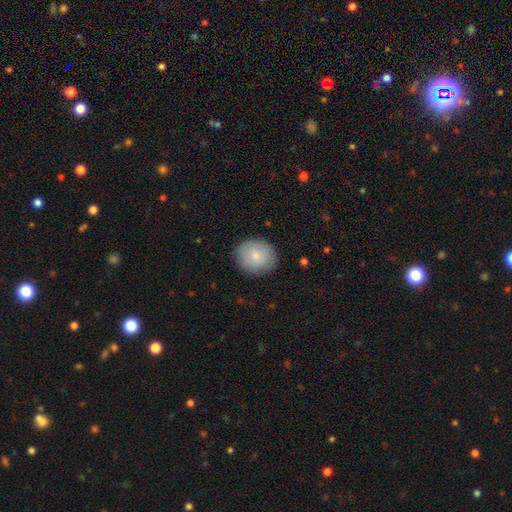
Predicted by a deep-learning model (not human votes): Smooth or featured?
  - smooth: 82% *
  - featured or disk: 11%
  - star or artifact: 6%
How rounded?
  - round: 75% *
  - in between: 24%
  - cigar-shaped: 1%
Merging?
  - none: 86% *
  - minor disturbance: 10%
  - major disturbance: 2%
  - merger: 1%